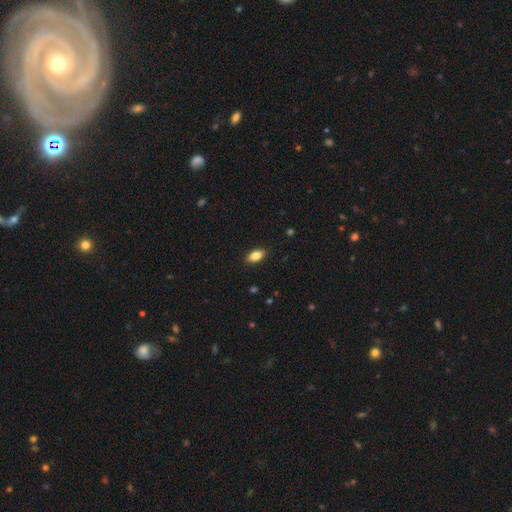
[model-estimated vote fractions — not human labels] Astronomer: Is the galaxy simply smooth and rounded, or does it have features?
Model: smooth — 84%.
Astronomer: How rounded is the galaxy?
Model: in between — 90%.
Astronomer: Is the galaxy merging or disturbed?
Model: none — 89%.